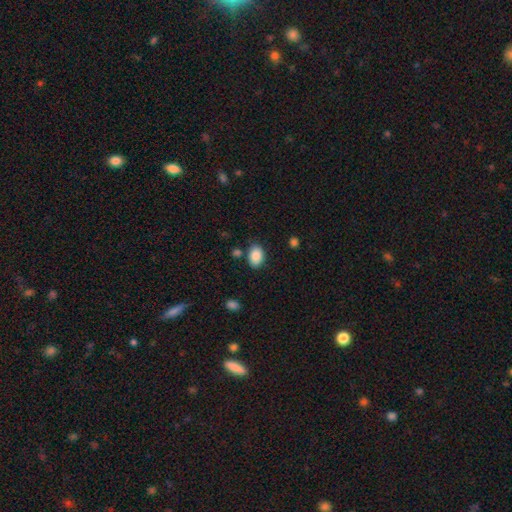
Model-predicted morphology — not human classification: smooth-or-featured: smooth: 88% | star or artifact: 7% | featured or disk: 4%
  how-rounded: in between: 84% | round: 15% | cigar-shaped: 1%
  merging: none: 78% | minor disturbance: 14% | merger: 5% | major disturbance: 4%